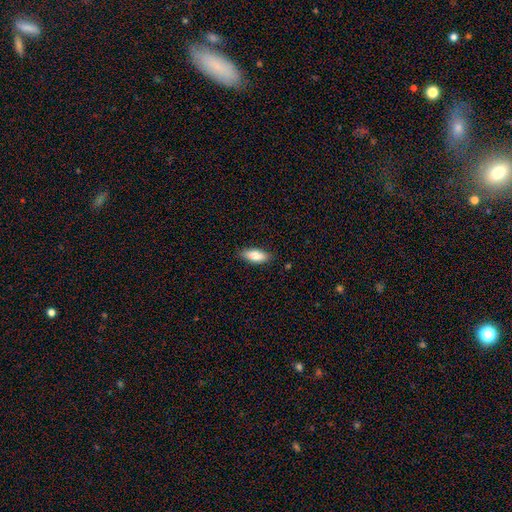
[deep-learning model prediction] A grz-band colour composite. It shows a smooth galaxy with no disk features (81%) that is in between round and cigar-shaped (82%). Merging: none (86%).